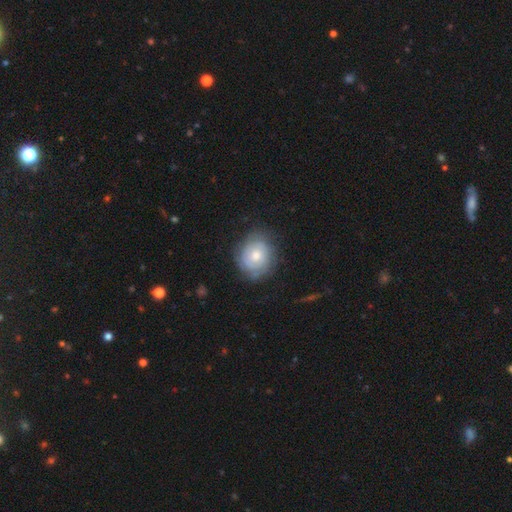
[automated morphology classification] featured or disk 55%, smooth 38%, star or artifact 7%. Down the decision tree: edge-on disk — no (97%); bar — no (80%); spiral arms — yes (75%); bulge size — moderate (62%); merging — none (71%).